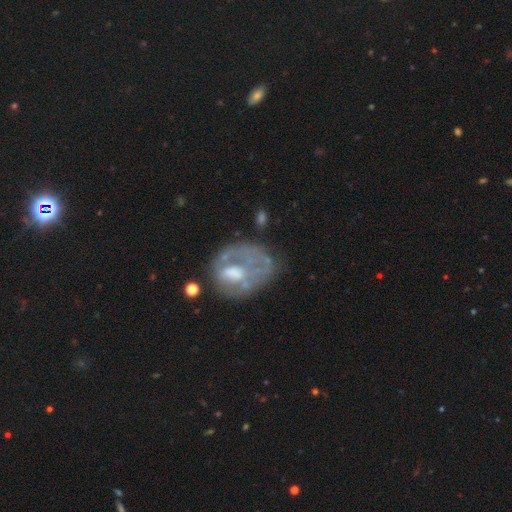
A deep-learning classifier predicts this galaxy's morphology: The model was most divided on "merging": none: 45%, major disturbance: 28%, minor disturbance: 21%, merger: 6%. More confident: edge-on disk — no (96%); spiral arms — no (71%); bar — no (70%); smooth or featured — featured or disk (58%); bulge size — moderate (52%).